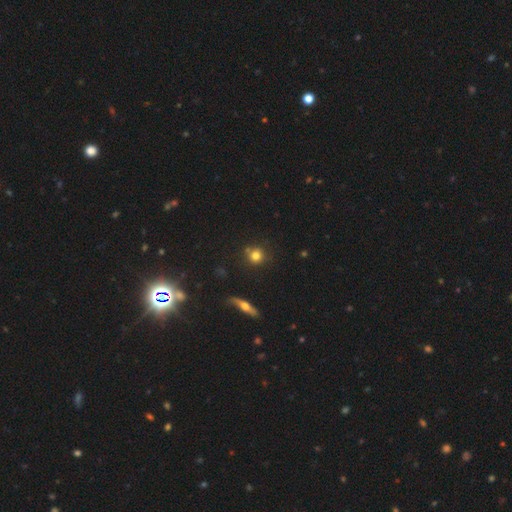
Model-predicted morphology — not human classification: Q: Smooth or featured?
A: smooth (76%); runner-up: star or artifact (14%)
Q: How rounded?
A: round (89%); runner-up: in between (9%)
Q: Merging?
A: none (74%); runner-up: minor disturbance (13%)